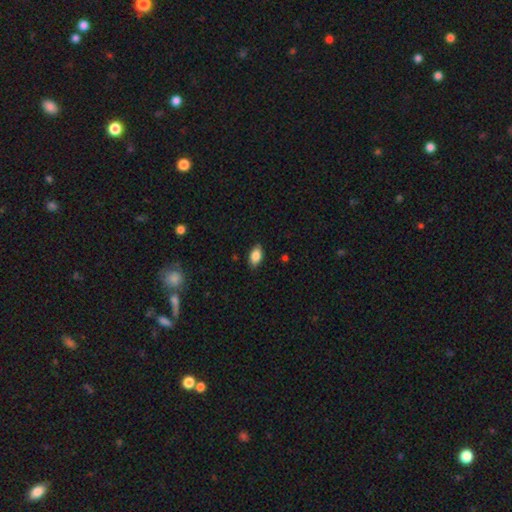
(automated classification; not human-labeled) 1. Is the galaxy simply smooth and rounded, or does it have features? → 85% smooth, 8% star or artifact, 7% featured or disk.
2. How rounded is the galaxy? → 91% in between, 5% round, 3% cigar-shaped.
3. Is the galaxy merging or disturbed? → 85% none, 12% minor disturbance, 2% major disturbance, 1% merger.